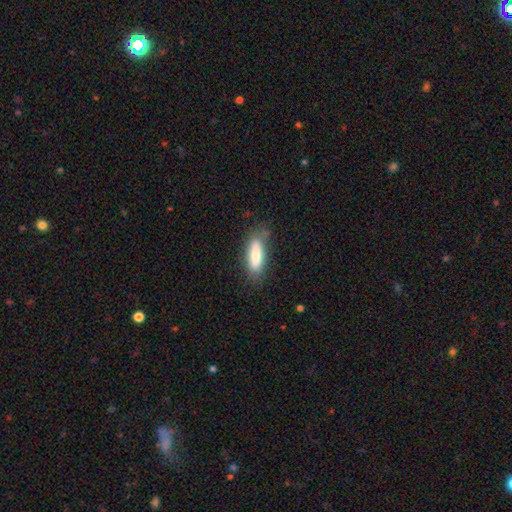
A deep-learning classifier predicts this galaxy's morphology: Smooth or featured?
  - smooth: 75% *
  - featured or disk: 18%
  - star or artifact: 7%
How rounded?
  - in between: 54% *
  - cigar-shaped: 44%
  - round: 2%
Merging?
  - none: 66% *
  - minor disturbance: 24%
  - major disturbance: 7%
  - merger: 3%